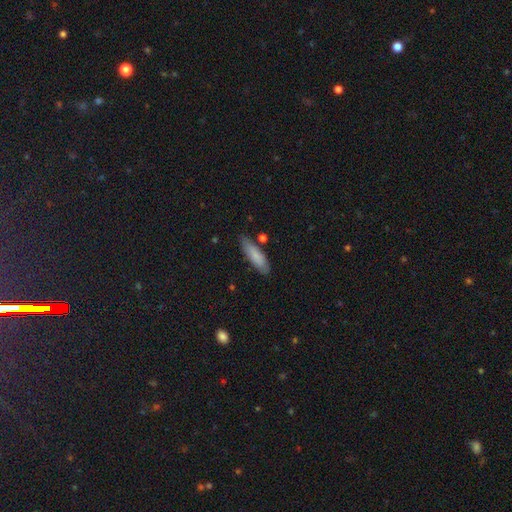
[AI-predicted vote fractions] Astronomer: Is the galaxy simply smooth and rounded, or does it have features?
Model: smooth — 80%.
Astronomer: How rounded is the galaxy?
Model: cigar-shaped — 57% (runner-up: in between, 41%).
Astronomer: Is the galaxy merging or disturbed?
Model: none — 75%.